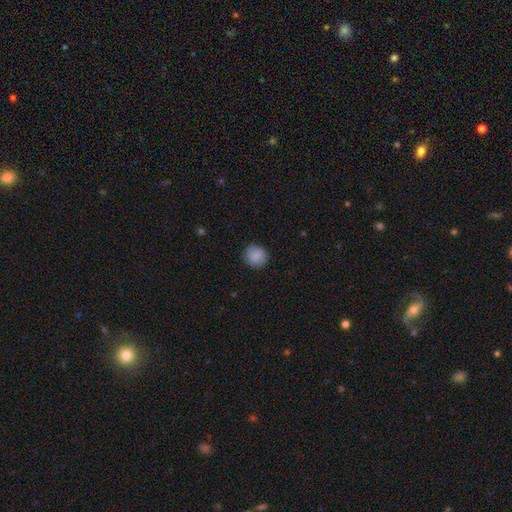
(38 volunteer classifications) This appears to be a smooth galaxy with no disk features (95%) that is round (89%). Merging: none (92%).